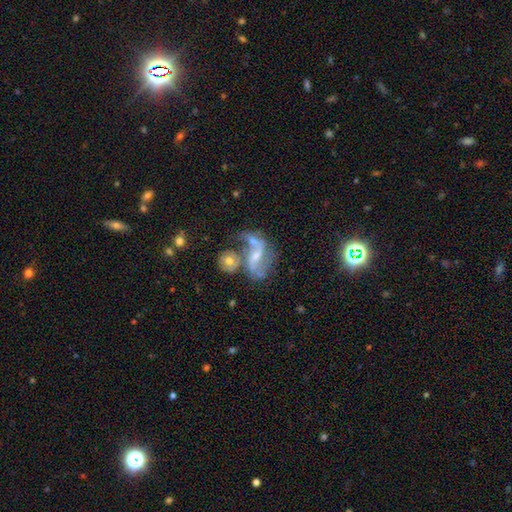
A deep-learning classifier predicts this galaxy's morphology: This appears to be a featured or disk galaxy (74%) with a weak bar (41%), 2 (79%) loose (57%) spiral arms (86%) and a small central bulge (50%). Merging: merger (37%).